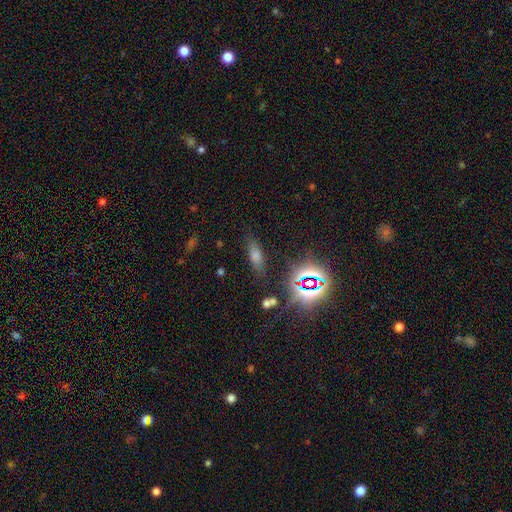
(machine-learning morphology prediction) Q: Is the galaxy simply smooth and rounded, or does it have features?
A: smooth — 50%.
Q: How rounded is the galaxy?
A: cigar-shaped — 49%.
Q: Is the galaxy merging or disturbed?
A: none — 82%.